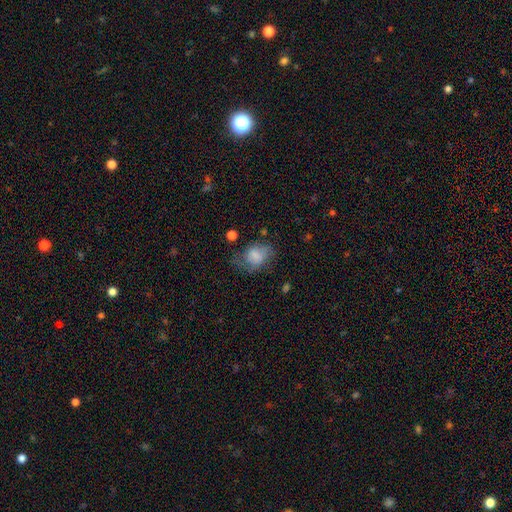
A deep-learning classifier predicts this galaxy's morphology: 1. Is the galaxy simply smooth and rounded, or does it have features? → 67% smooth, 23% featured or disk, 9% star or artifact.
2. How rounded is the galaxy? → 68% in between, 31% round, 1% cigar-shaped.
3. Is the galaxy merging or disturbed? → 39% none, 30% minor disturbance, 28% major disturbance, 3% merger.